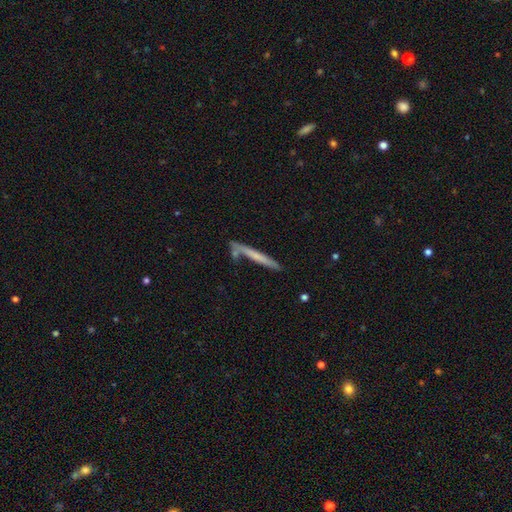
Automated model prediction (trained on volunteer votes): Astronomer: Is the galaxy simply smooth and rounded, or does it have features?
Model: smooth — 55% (runner-up: featured or disk, 38%).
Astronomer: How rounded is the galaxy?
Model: cigar-shaped — 96%.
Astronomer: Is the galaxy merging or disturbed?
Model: none — 72%.